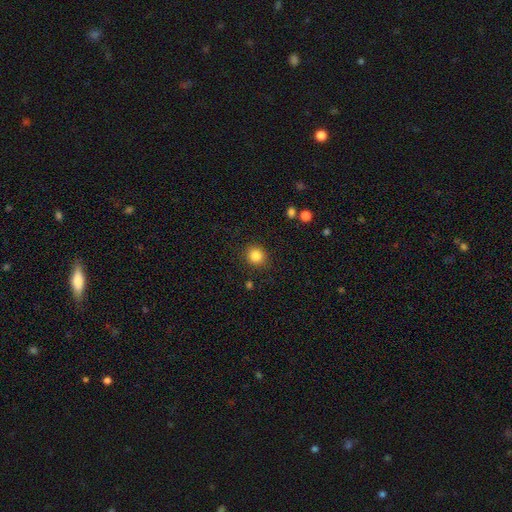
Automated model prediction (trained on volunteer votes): Morphology: type=smooth (85%); roundness=round (87%); merging=none (89%).